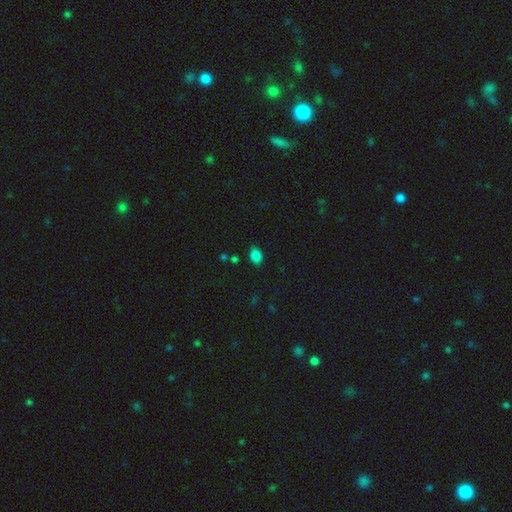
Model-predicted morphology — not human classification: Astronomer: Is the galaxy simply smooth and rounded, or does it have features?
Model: smooth — 84%.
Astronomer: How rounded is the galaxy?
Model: in between — 76%.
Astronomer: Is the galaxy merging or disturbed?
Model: none — 83%.